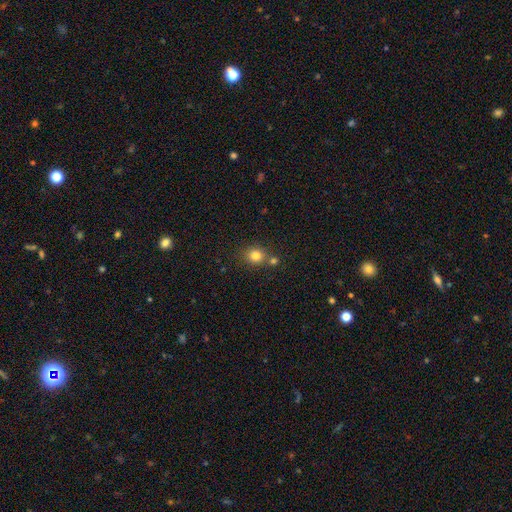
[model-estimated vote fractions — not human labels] This appears to be a smooth galaxy with no disk features (81%) that is round (80%). Merging: none (66%).